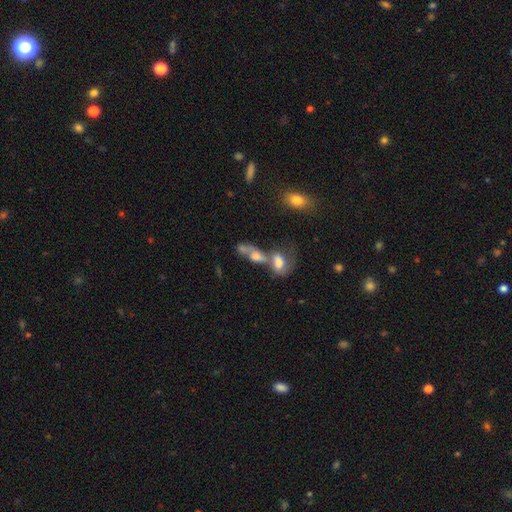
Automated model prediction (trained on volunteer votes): Overall: smooth (52%; featured or disk 36%). How rounded: in between (73%). Merging: merger (63%).